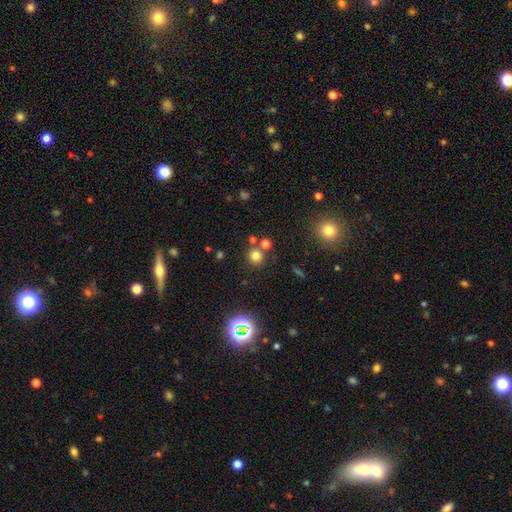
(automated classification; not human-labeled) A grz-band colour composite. It shows a smooth galaxy with no disk features (74%) that is round (90%). Merging: none (75%).